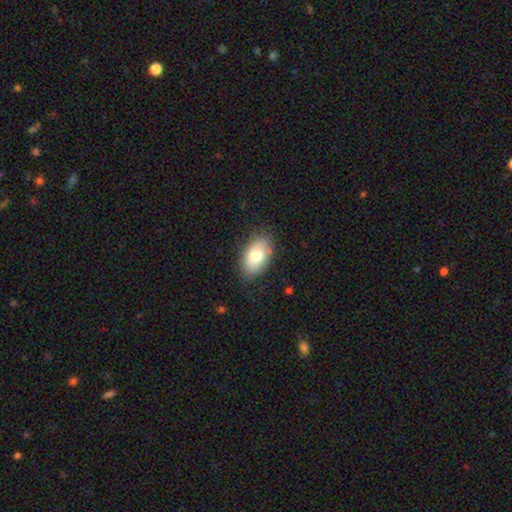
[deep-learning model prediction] The model was most divided on "smooth or featured": smooth: 77%, featured or disk: 16%, star or artifact: 7%. More confident: how rounded — in between (92%); merging — none (81%).